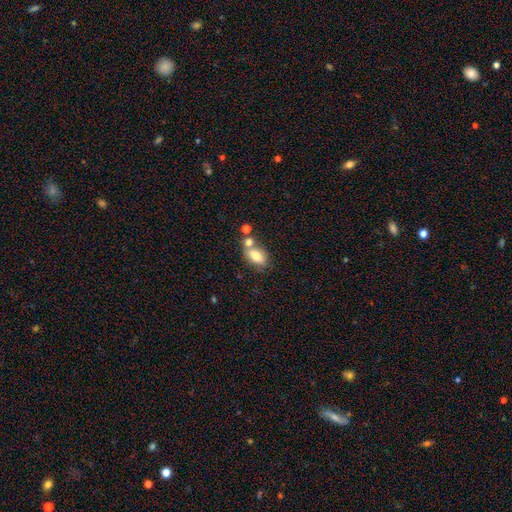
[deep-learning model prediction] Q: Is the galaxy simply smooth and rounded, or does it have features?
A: smooth — 77%.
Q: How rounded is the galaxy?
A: in between — 86%.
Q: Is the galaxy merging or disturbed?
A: none — 50%.